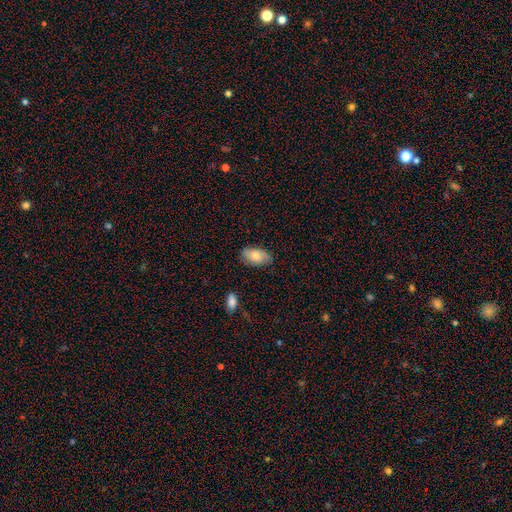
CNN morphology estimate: type=smooth (73%); roundness=in between (94%); merging=none (78%).